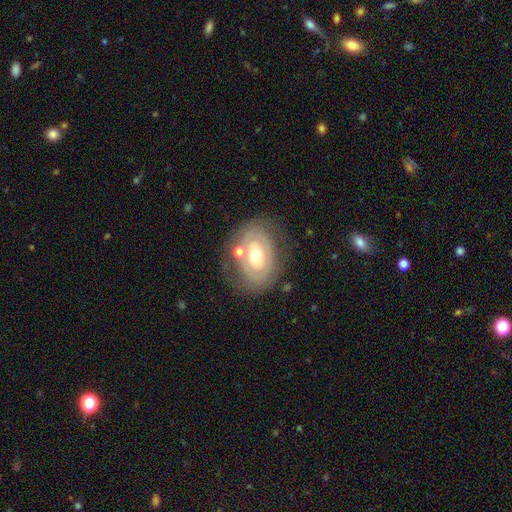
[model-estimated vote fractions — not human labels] A featured or disk galaxy (71%) with no bar (66%), spiral arms (55%) and a moderate central bulge (69%). Merging: none (66%).